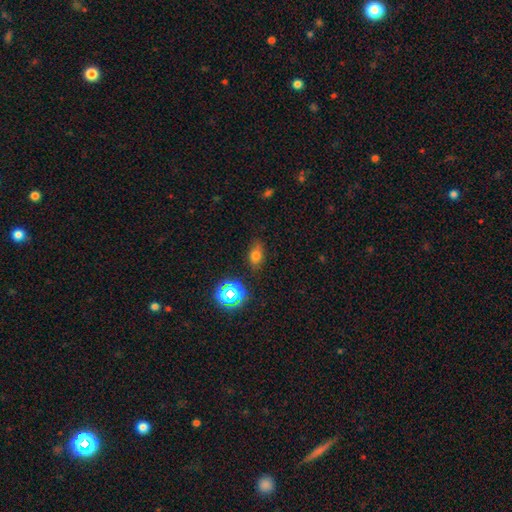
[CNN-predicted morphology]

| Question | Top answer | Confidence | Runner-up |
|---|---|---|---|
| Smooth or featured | smooth | 68% | star or artifact (20%) |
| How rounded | in between | 76% | round (19%) |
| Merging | none | 78% | minor disturbance (16%) |